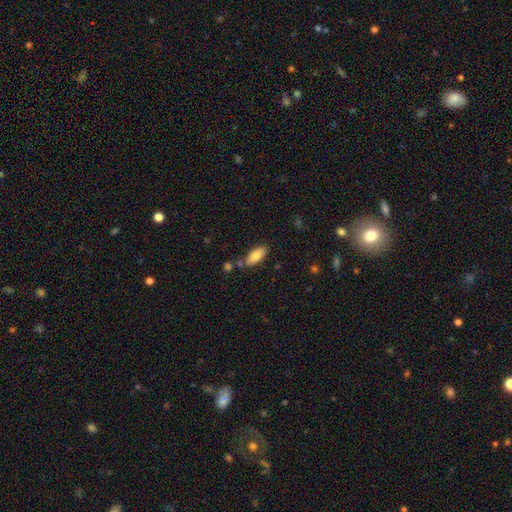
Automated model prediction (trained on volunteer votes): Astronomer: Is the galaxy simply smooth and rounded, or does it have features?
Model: smooth — 82%.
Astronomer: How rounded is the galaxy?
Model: in between — 82%.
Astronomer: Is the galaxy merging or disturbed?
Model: none — 74%.